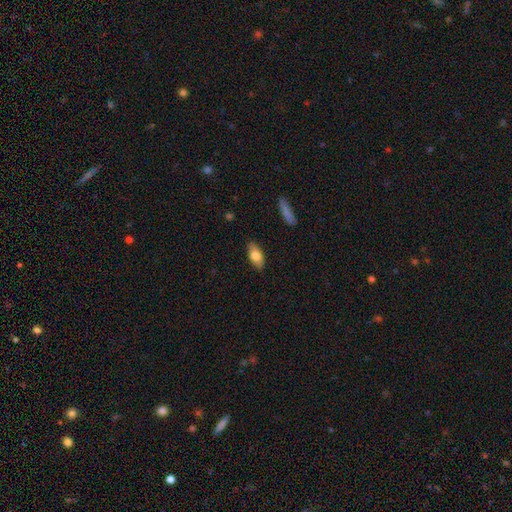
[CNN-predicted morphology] Smooth or featured? Predicted: smooth (p=0.77). How rounded? Predicted: in between (p=0.87). Merging? Predicted: none (p=0.86).